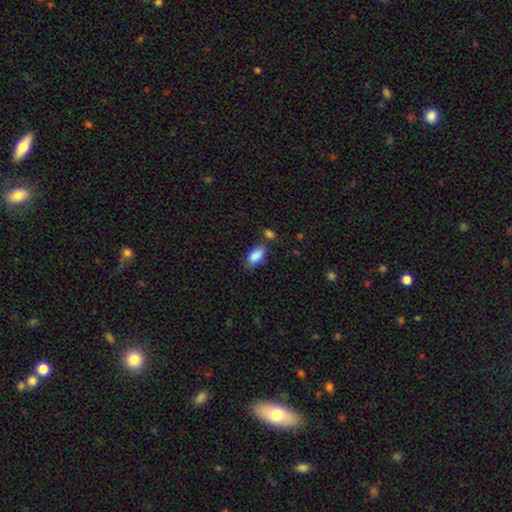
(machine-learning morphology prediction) Overall: smooth (87%). How rounded: in between (91%). Merging: none (62%).